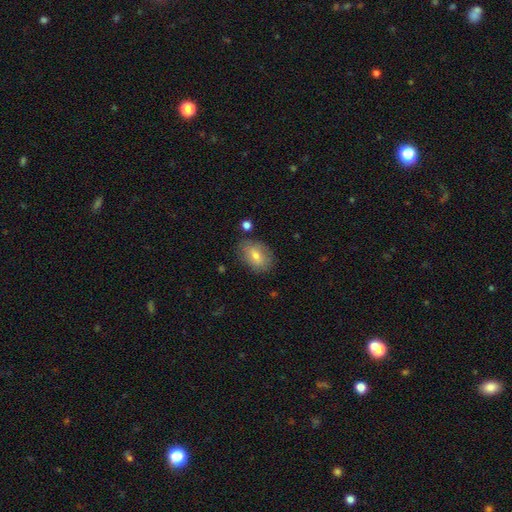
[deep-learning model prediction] Morphology: type=smooth (69%); roundness=in between (81%); merging=none (76%).